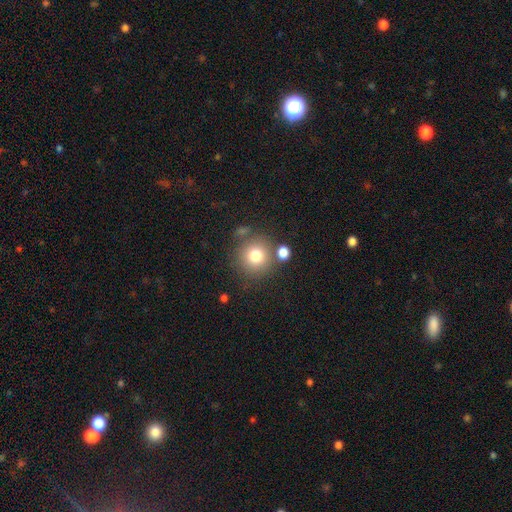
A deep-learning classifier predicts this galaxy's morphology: A smooth galaxy with no disk features (77%) that is round (93%).

Vote fractions:
- Smooth or featured? smooth: 77% / star or artifact: 12% / featured or disk: 11%
- How rounded? round: 93% / in between: 7% / cigar-shaped: 1%
- Merging? none: 75% / merger: 11% / minor disturbance: 10% / major disturbance: 4%